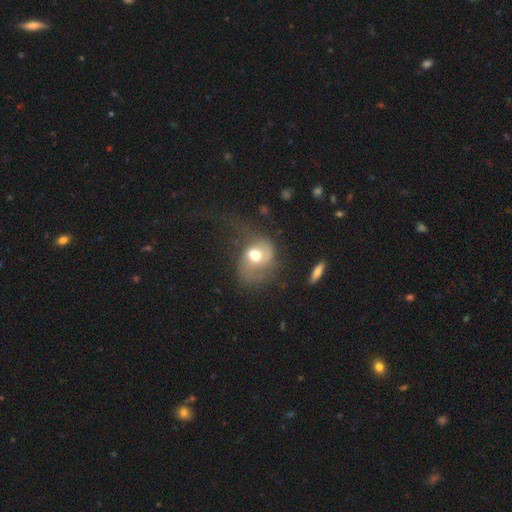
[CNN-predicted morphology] Smooth or featured: smooth — 46% (featured or disk — 45%)
Merging: major disturbance — 43% (none — 31%)